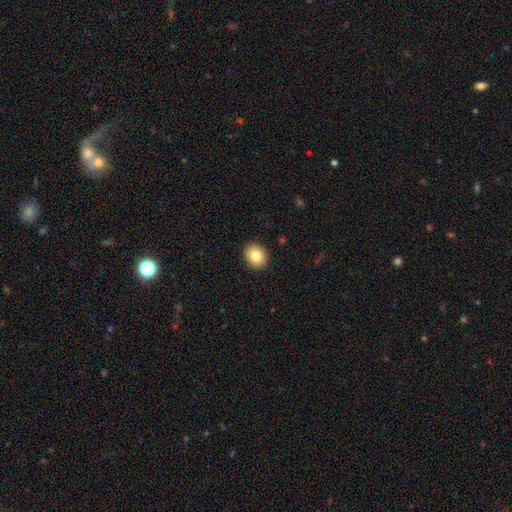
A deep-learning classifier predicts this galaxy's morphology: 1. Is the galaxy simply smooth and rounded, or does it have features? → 81% smooth, 10% featured or disk, 9% star or artifact.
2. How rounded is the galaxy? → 50% in between, 49% round, 1% cigar-shaped.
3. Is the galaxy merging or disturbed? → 91% none, 7% minor disturbance, 2% major disturbance, 1% merger.